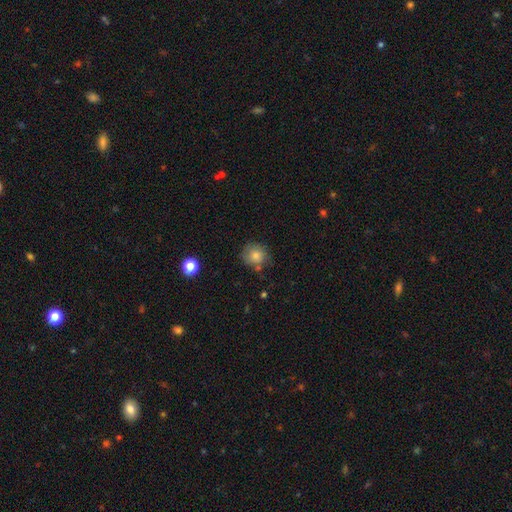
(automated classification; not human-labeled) This is likely a smooth galaxy (79%). How rounded: clearly round (87%). Merging: likely none (72%).